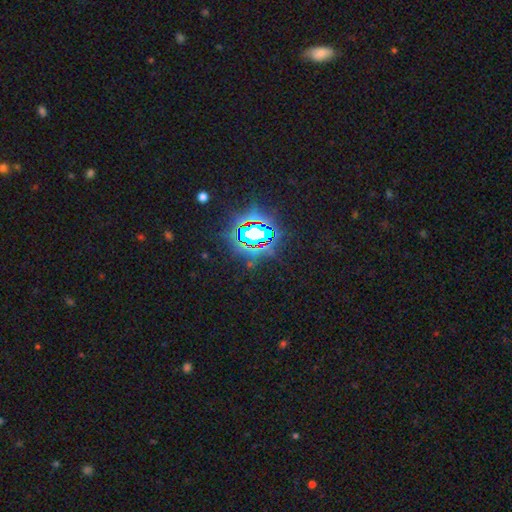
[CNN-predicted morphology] Smooth or featured?
  - star or artifact: 82% *
  - smooth: 11%
  - featured or disk: 7%